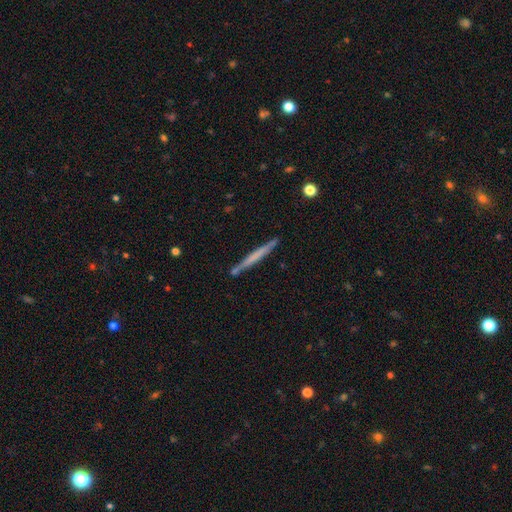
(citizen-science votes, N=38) A featured or disk galaxy (53%) viewed edge-on (95%) with no central bulge (74%). Merging: none (63%).